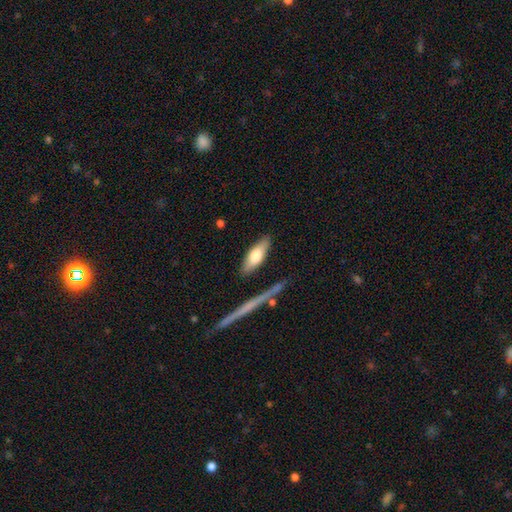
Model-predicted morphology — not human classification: Smooth or featured: smooth — 67% (featured or disk — 28%)
How rounded: in between — 60% (cigar-shaped — 38%)
Merging: none — 82% (minor disturbance — 12%)